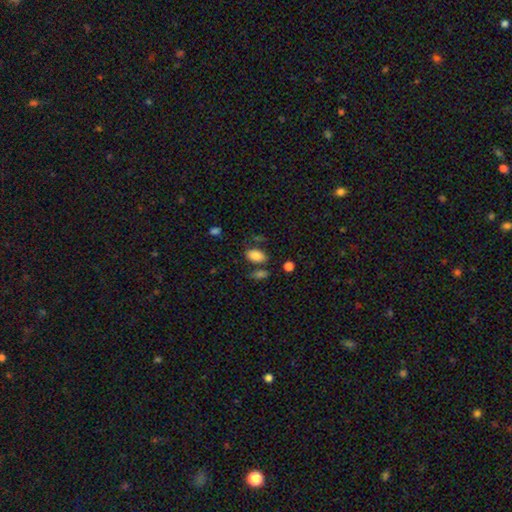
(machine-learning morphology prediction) Smooth or featured: smooth — 84% (star or artifact — 8%)
How rounded: in between — 92% (round — 5%)
Merging: none — 68% (minor disturbance — 15%)